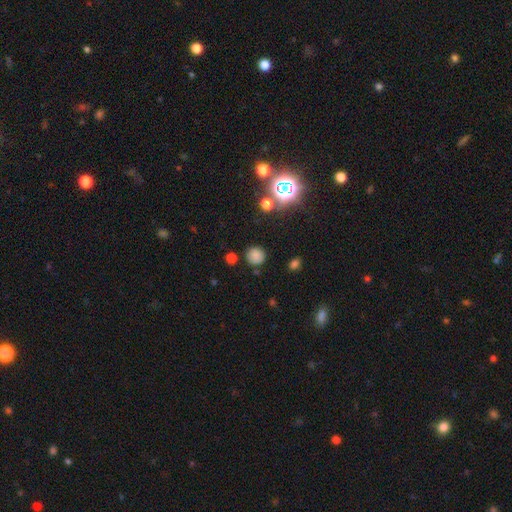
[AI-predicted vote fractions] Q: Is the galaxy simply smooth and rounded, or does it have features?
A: smooth — 76%.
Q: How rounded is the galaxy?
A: round — 90%.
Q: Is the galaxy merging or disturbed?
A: none — 82%.